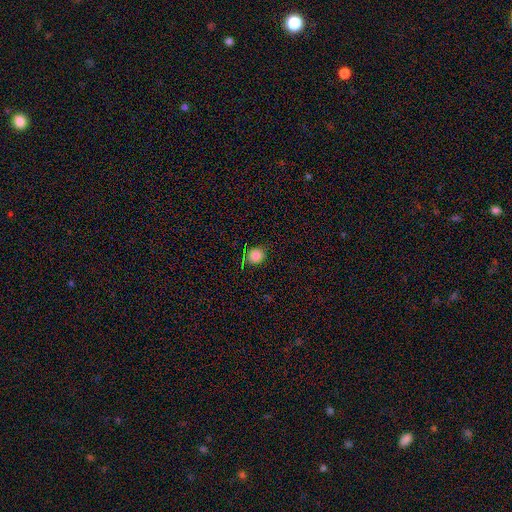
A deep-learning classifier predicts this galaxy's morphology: smooth-or-featured: smooth: 82% | star or artifact: 13% | featured or disk: 5%
  how-rounded: round: 79% | in between: 20% | cigar-shaped: 1%
  merging: none: 77% | minor disturbance: 15% | major disturbance: 4% | merger: 3%